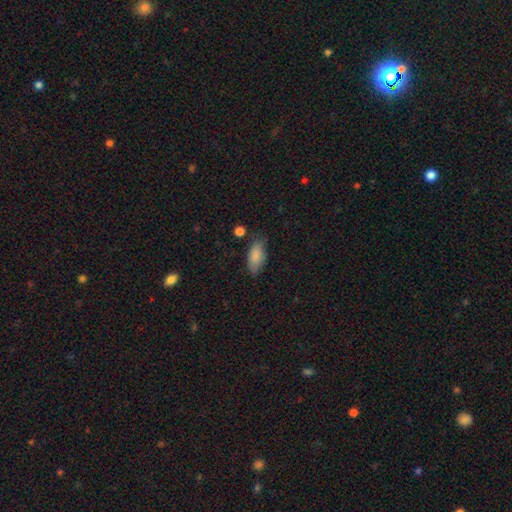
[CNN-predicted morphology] Q: Smooth or featured?
A: smooth (84%); runner-up: featured or disk (9%)
Q: How rounded?
A: in between (85%); runner-up: cigar-shaped (13%)
Q: Merging?
A: none (71%); runner-up: minor disturbance (21%)